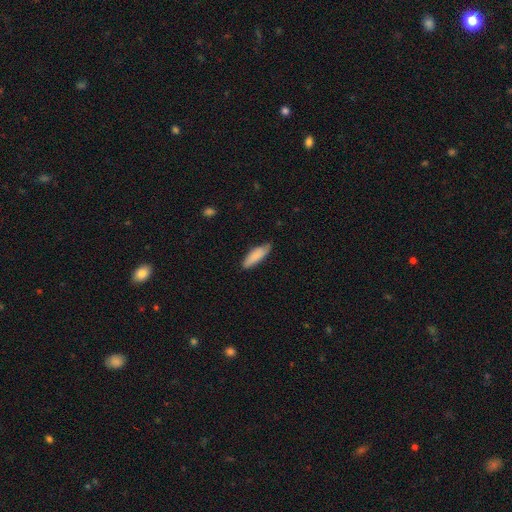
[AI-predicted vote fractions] The model was most divided on "how rounded": cigar-shaped: 50%, in between: 48%, round: 2%. More confident: smooth or featured — smooth (83%); merging — none (75%).